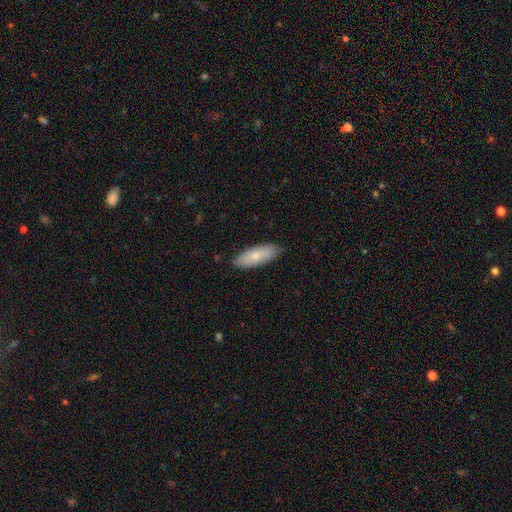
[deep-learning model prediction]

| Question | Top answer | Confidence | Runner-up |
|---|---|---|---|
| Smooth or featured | smooth | 72% | featured or disk (22%) |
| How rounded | in between | 69% | cigar-shaped (29%) |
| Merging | none | 86% | minor disturbance (11%) |